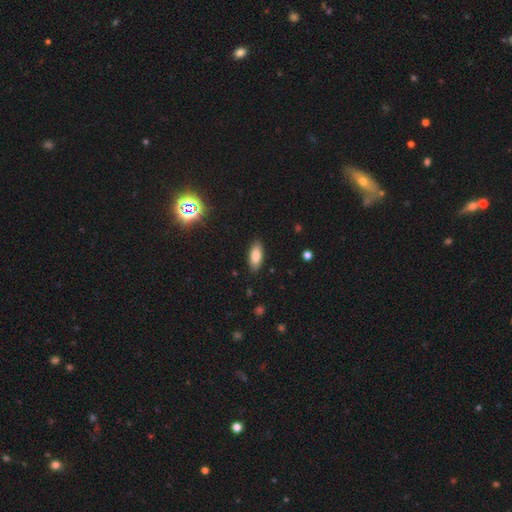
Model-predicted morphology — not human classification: Smooth or featured: smooth — 81% (featured or disk — 11%)
How rounded: in between — 82% (cigar-shaped — 16%)
Merging: none — 87% (minor disturbance — 10%)